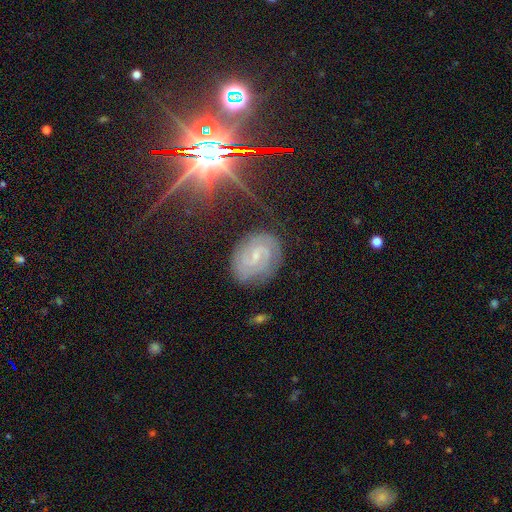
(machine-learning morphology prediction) featured or disk 72%, star or artifact 15%, smooth 14%. Down the decision tree: edge-on disk — no (95%); bar — weak (51%); spiral arms — yes (92%); spiral arm count — 2 (52%); spiral winding — tight (62%); bulge size — small (70%); merging — none (78%).